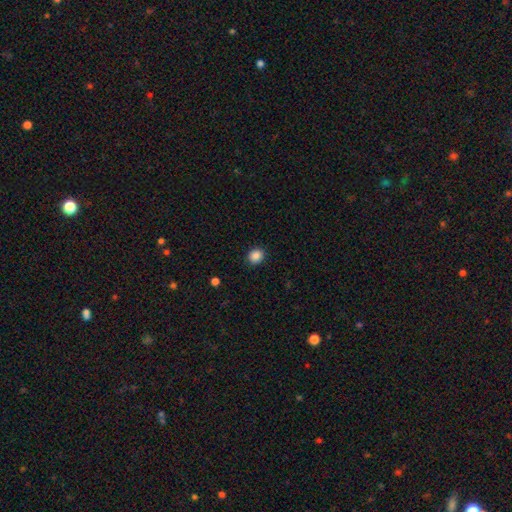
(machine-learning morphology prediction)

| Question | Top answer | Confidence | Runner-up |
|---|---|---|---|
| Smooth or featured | smooth | 87% | star or artifact (10%) |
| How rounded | round | 76% | in between (24%) |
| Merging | none | 91% | minor disturbance (6%) |